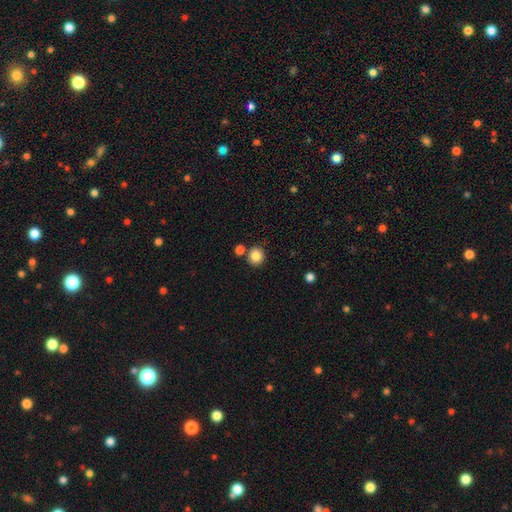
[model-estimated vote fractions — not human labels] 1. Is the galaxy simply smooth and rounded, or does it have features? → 85% smooth, 10% star or artifact, 5% featured or disk.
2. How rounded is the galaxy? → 88% round, 11% in between, 1% cigar-shaped.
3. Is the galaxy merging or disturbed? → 77% none, 13% merger, 8% minor disturbance, 2% major disturbance.